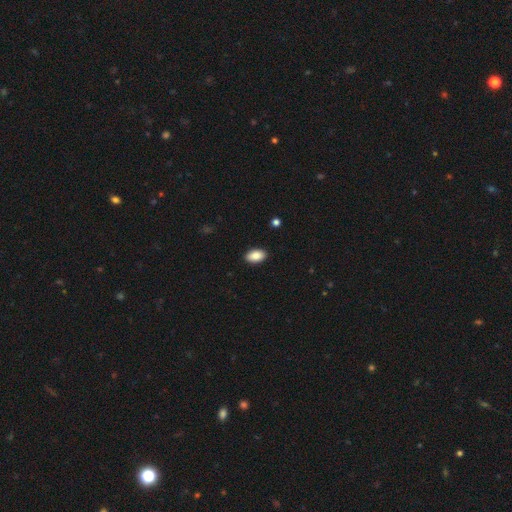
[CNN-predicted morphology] A smooth galaxy with no disk features (88%) that is in between round and cigar-shaped (93%).

Vote fractions:
- Smooth or featured? smooth: 88% / star or artifact: 7% / featured or disk: 5%
- How rounded? in between: 93% / round: 5% / cigar-shaped: 2%
- Merging? none: 90% / minor disturbance: 7% / major disturbance: 2% / merger: 1%